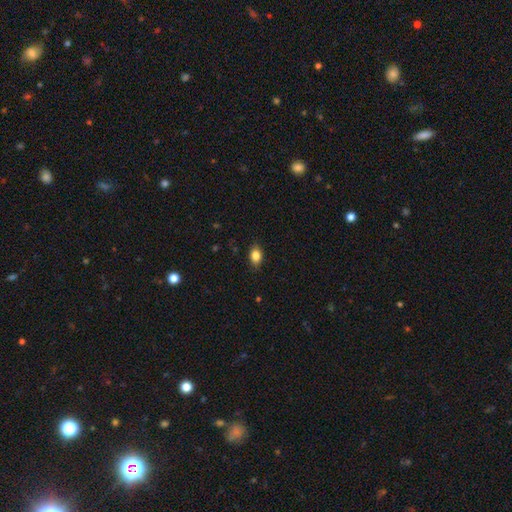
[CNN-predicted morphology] This appears to be a smooth galaxy with no disk features (84%) that is in between round and cigar-shaped (83%). Merging: none (85%).